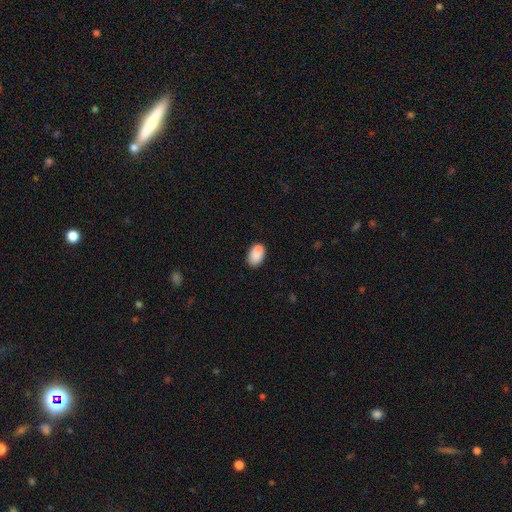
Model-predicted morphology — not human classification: The model was most divided on "merging": none: 58%, merger: 19%, minor disturbance: 18%, major disturbance: 5%. More confident: how rounded — in between (84%); smooth or featured — smooth (82%).